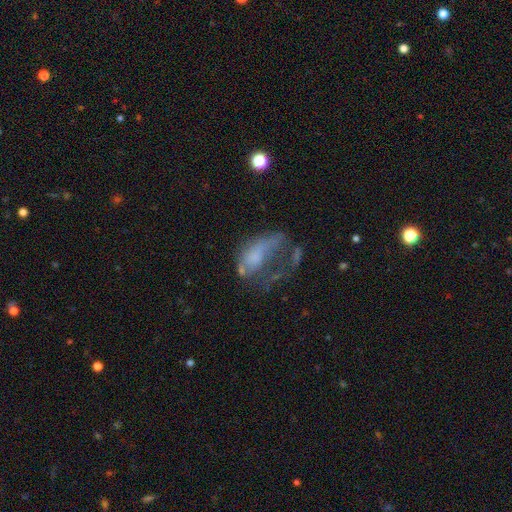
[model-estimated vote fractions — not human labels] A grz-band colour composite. It shows a featured or disk galaxy (45%). Merging: major disturbance (55%).